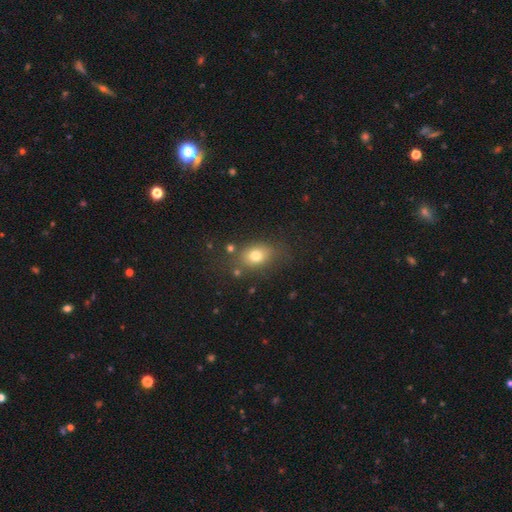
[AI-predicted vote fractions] Q: Smooth or featured?
A: smooth (75%); runner-up: star or artifact (13%)
Q: How rounded?
A: in between (63%); runner-up: round (35%)
Q: Merging?
A: none (70%); runner-up: minor disturbance (17%)